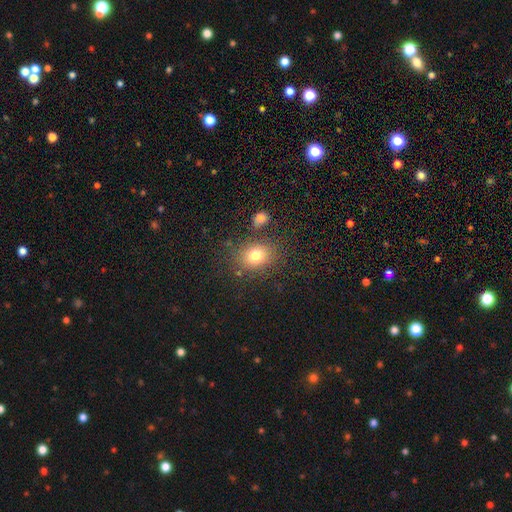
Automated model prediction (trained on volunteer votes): Smooth or featured?
  - smooth: 76% *
  - star or artifact: 13%
  - featured or disk: 10%
How rounded?
  - in between: 50% *
  - round: 49%
  - cigar-shaped: 1%
Merging?
  - none: 75% *
  - minor disturbance: 12%
  - merger: 8%
  - major disturbance: 5%